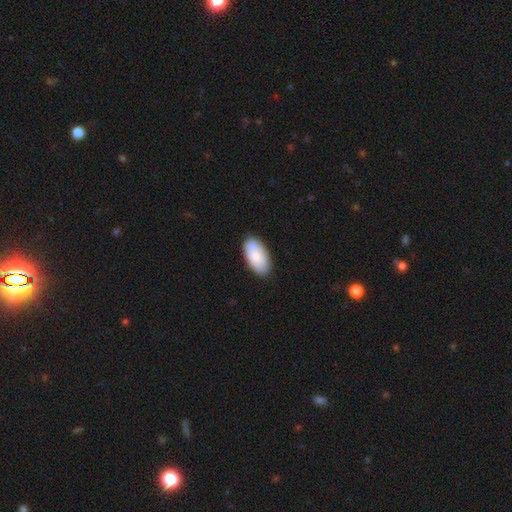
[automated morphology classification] type=smooth (81%); roundness=in between (95%); merging=none (86%).